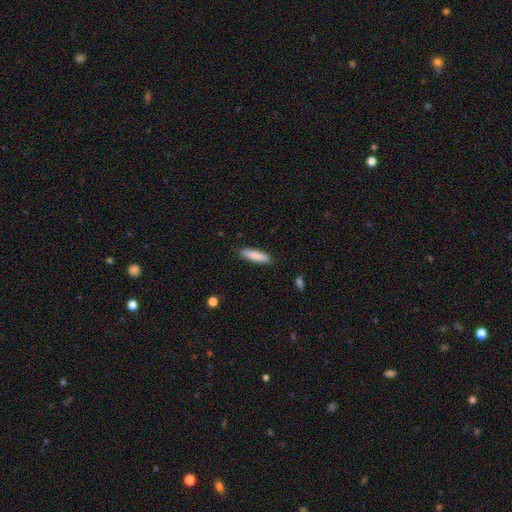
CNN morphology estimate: Smooth or featured: smooth — 85% (featured or disk — 9%)
How rounded: cigar-shaped — 68% (in between — 31%)
Merging: none — 88% (minor disturbance — 9%)